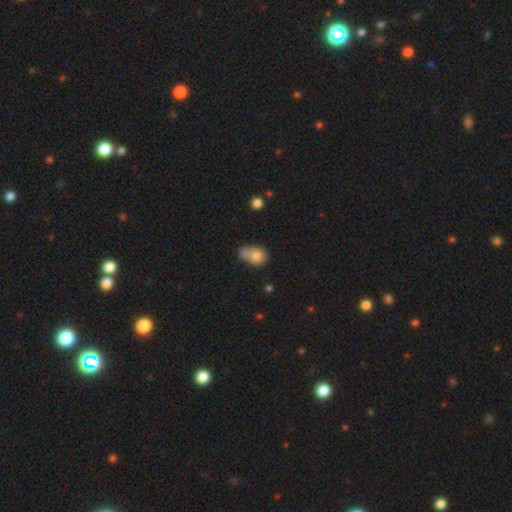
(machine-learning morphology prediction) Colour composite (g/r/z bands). It shows a smooth galaxy with no disk features (76%) that is in between round and cigar-shaped (53%). Merging: merger (47%).